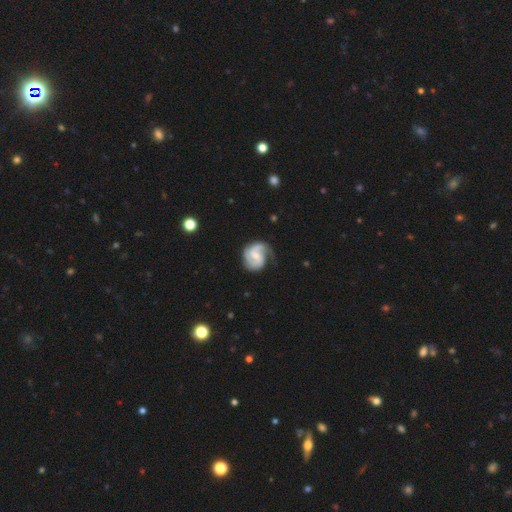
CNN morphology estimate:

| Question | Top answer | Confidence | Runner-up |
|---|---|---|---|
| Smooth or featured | featured or disk | 83% | smooth (12%) |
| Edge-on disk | no | 98% | yes (2%) |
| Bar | weak | 50% | no (35%) |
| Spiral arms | yes | 96% | no (4%) |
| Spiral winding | medium | 48% | tight (31%) |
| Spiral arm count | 2 | 71% | 1 (12%) |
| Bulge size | small | 53% | moderate (38%) |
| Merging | none | 60% | minor disturbance (25%) |